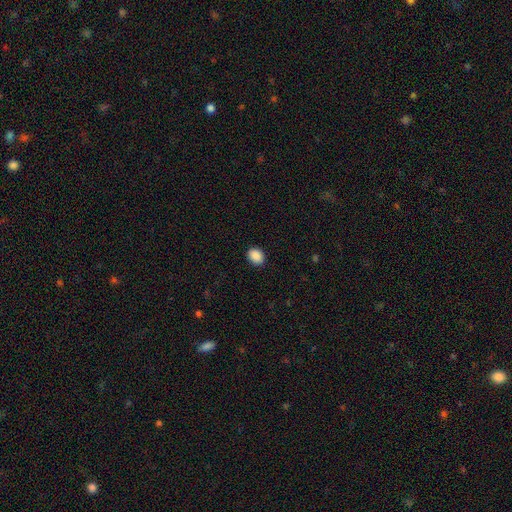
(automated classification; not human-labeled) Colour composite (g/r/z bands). It shows a smooth galaxy with no disk features (90%) that is in between round and cigar-shaped (61%). Merging: none (89%).